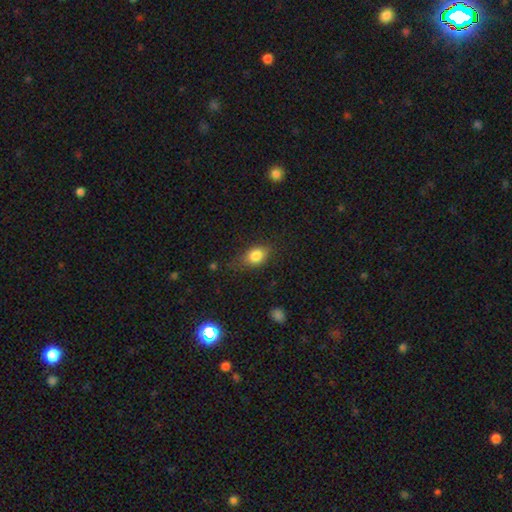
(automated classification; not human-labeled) The model was most divided on "how rounded": in between: 67%, round: 30%, cigar-shaped: 2%. More confident: smooth or featured — smooth (82%); merging — none (69%).